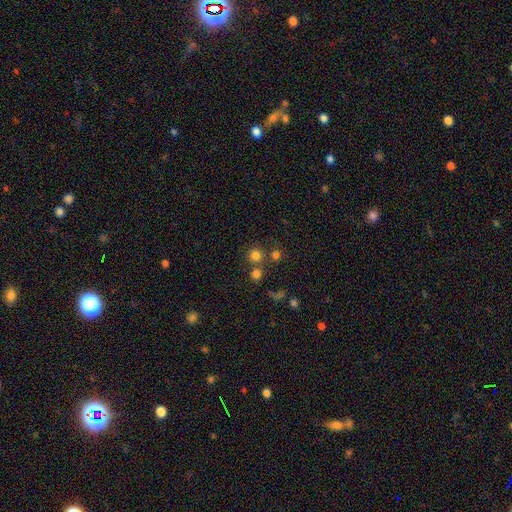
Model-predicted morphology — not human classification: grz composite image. It shows a smooth galaxy with no disk features (75%) that is round (92%). Merging: none (68%).